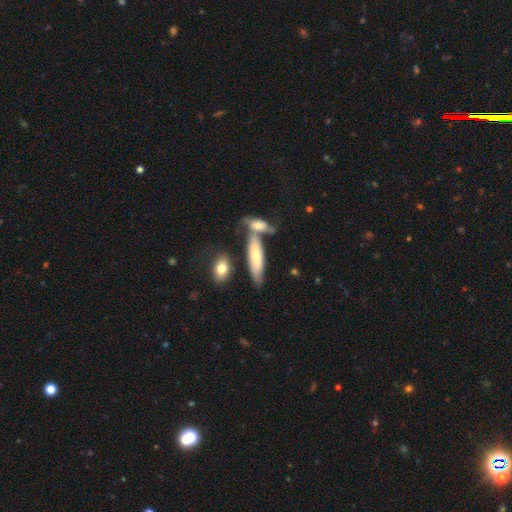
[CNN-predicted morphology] Q: Smooth or featured?
A: smooth (56%); runner-up: featured or disk (37%)
Q: How rounded?
A: cigar-shaped (56%); runner-up: in between (42%)
Q: Merging?
A: none (54%); runner-up: merger (26%)